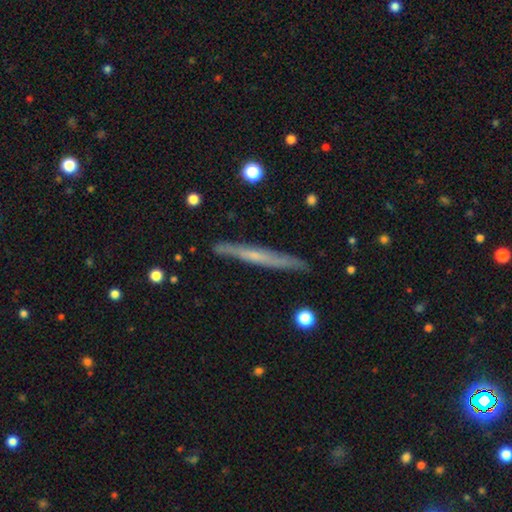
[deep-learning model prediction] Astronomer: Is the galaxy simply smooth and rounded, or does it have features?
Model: featured or disk — 55% (runner-up: smooth, 39%).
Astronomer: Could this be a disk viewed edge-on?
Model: yes — 95%.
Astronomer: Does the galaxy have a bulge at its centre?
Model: none — 68%.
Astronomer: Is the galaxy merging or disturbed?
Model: none — 87%.